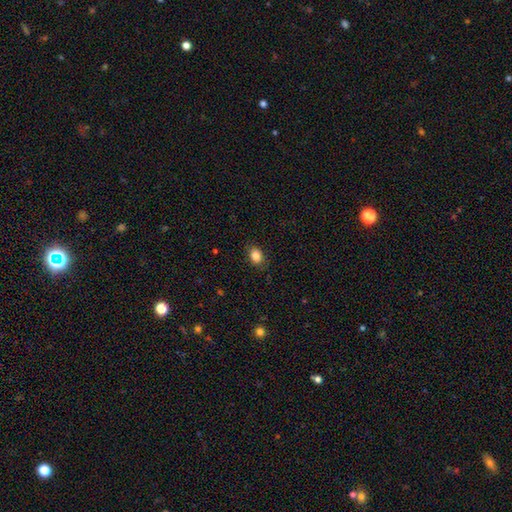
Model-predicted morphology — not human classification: Smooth or featured?
  - smooth: 86% *
  - star or artifact: 9%
  - featured or disk: 4%
How rounded?
  - in between: 69% *
  - round: 29%
  - cigar-shaped: 1%
Merging?
  - none: 84% *
  - minor disturbance: 12%
  - major disturbance: 3%
  - merger: 1%